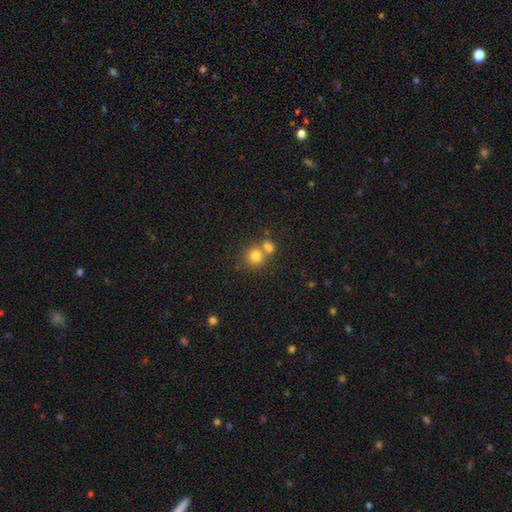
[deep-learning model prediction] This appears to be a smooth galaxy with no disk features (79%) that is round (85%). Merging: none (50%).